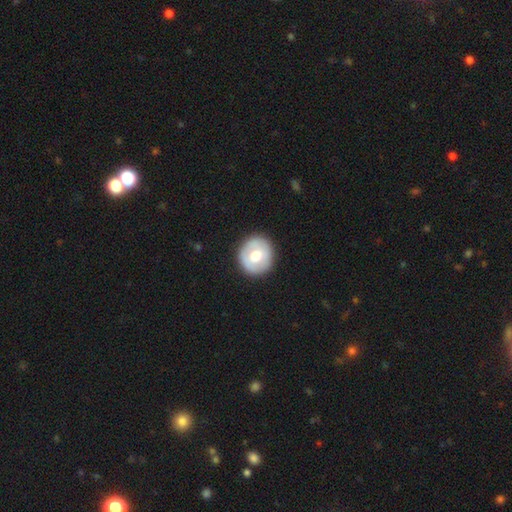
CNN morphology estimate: Smooth or featured? Predicted: smooth (p=0.60). How rounded? Predicted: round (p=0.87). Merging? Predicted: none (p=0.88).